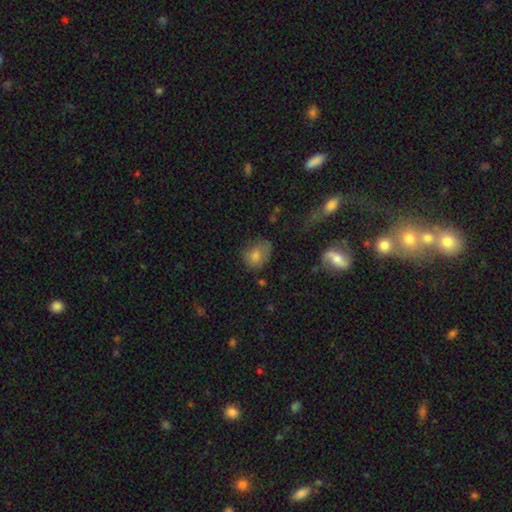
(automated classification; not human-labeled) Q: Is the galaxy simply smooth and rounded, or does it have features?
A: smooth — 69%.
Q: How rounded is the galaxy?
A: in between — 52%.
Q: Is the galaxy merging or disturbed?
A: none — 52%.